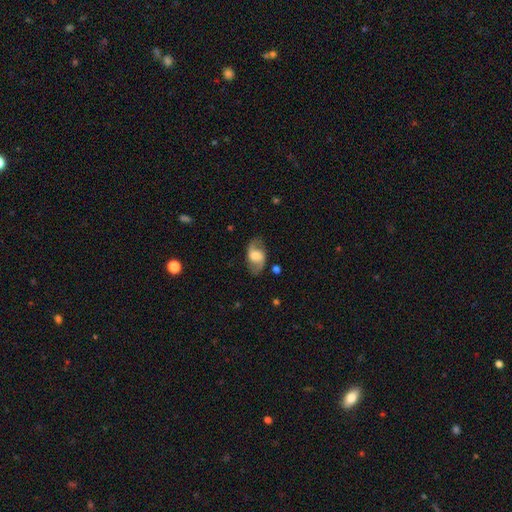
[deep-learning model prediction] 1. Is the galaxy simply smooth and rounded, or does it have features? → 58% featured or disk, 34% smooth, 7% star or artifact.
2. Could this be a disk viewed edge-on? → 94% no, 6% yes.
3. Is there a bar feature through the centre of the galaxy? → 46% weak, 34% no, 20% strong.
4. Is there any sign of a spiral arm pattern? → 84% yes, 16% no.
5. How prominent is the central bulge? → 36% large, 30% moderate, 15% small, 12% none, 6% dominant.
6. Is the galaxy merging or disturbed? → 77% none, 15% minor disturbance, 6% major disturbance, 2% merger.